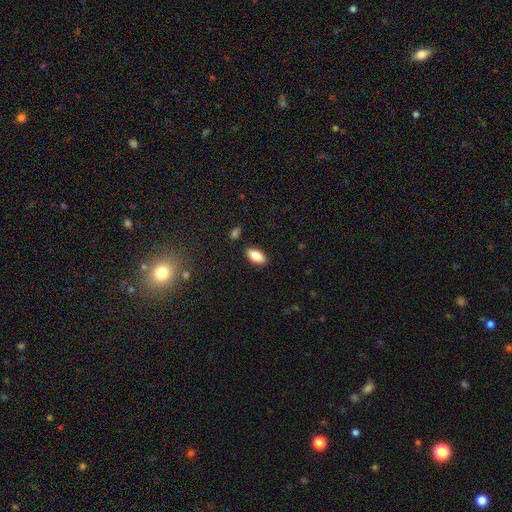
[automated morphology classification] smooth_or_featured: smooth (p=0.83) [alt: featured or disk p=0.10]
how_rounded: in between (p=0.90) [alt: cigar-shaped p=0.07]
merging: none (p=0.87) [alt: minor disturbance p=0.09]